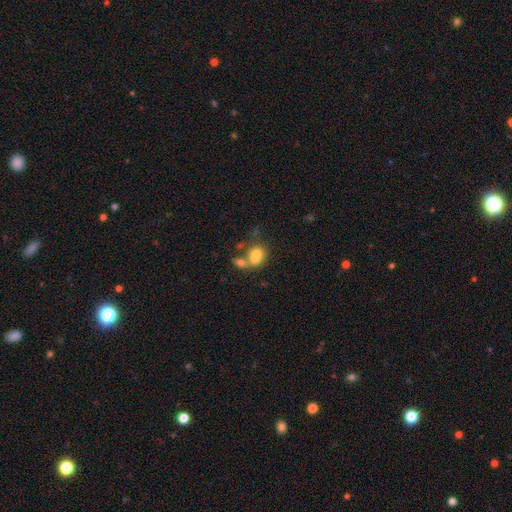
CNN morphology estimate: Smooth or featured? smooth (70%)
How rounded? in between (66%)
Merging? merger (59%)